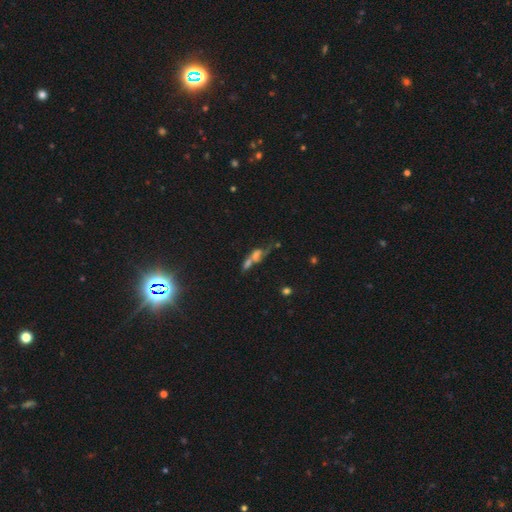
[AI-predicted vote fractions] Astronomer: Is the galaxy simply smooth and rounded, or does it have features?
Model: smooth — 45% (runner-up: featured or disk, 36%).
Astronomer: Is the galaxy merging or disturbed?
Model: merger — 56%.